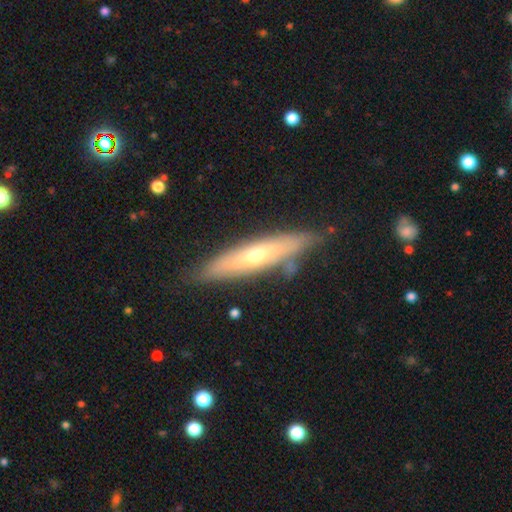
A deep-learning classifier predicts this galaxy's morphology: This appears to be a featured or disk galaxy (59%) viewed edge-on (77%). Merging: none (79%).